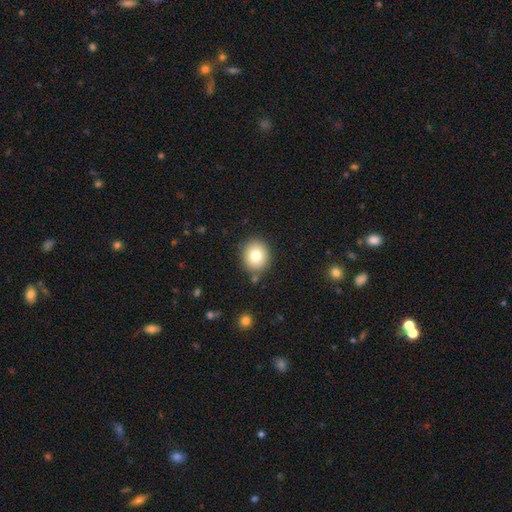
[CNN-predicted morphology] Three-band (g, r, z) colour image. It shows a smooth galaxy with no disk features (78%) that is round (76%). Merging: none (84%).